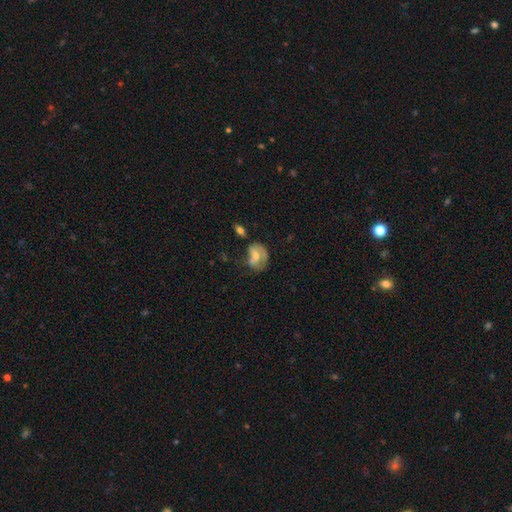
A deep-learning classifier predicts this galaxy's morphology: Q: Smooth or featured?
A: smooth (47%); runner-up: featured or disk (44%)
Q: Merging?
A: none (33%); runner-up: minor disturbance (26%)